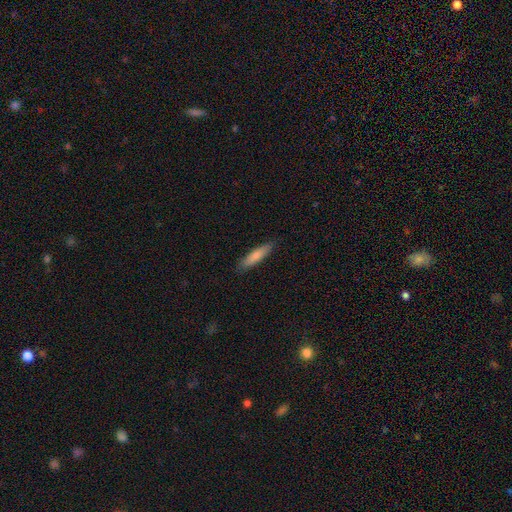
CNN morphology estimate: smooth_or_featured: smooth (p=0.79) [alt: featured or disk p=0.15]
how_rounded: cigar-shaped (p=0.79) [alt: in between p=0.19]
merging: none (p=0.86) [alt: minor disturbance p=0.10]